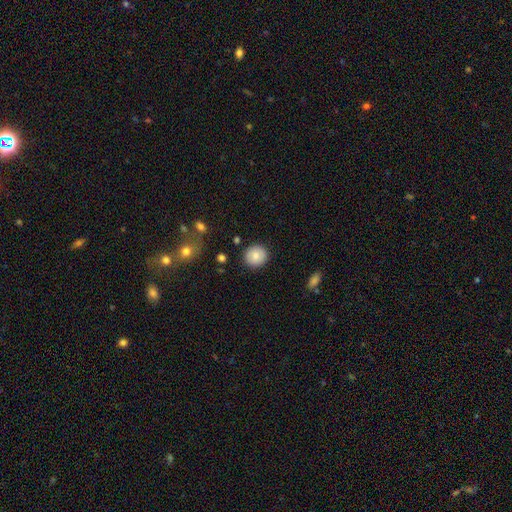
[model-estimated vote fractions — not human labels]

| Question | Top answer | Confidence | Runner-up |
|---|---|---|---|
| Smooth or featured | smooth | 82% | featured or disk (10%) |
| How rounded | round | 88% | in between (11%) |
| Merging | none | 89% | minor disturbance (7%) |